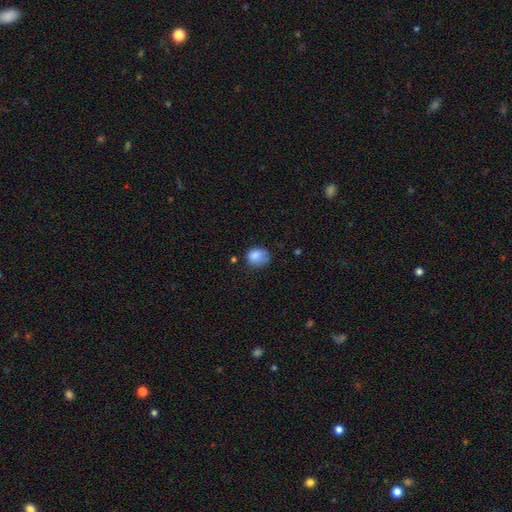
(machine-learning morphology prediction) A smooth galaxy with no disk features (82%) that is round (60%).

Vote fractions:
- Smooth or featured? smooth: 82% / star or artifact: 9% / featured or disk: 9%
- How rounded? round: 60% / in between: 39% / cigar-shaped: 1%
- Merging? none: 51% / minor disturbance: 33% / major disturbance: 13% / merger: 4%